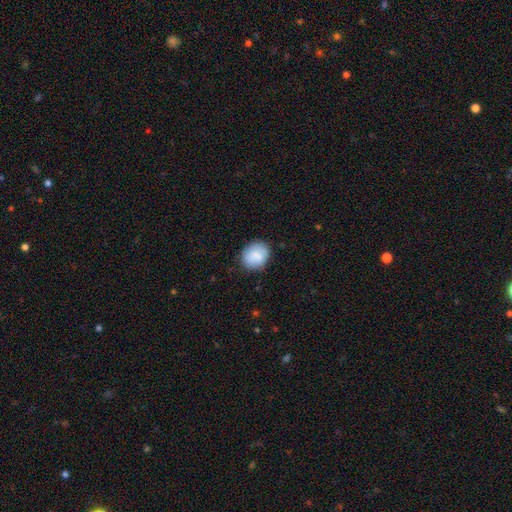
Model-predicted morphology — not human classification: Smooth or featured? smooth (83%)
How rounded? round (61%)
Merging? none (80%)